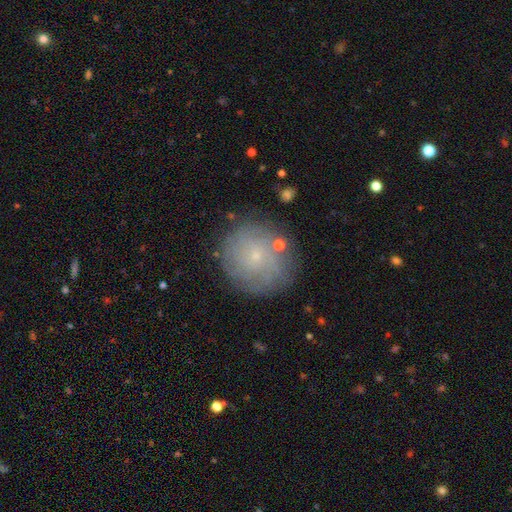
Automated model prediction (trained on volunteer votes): Smooth or featured? smooth (45%)
Merging? none (81%)